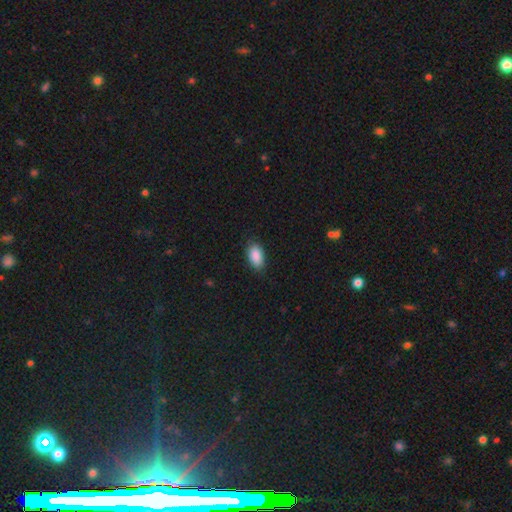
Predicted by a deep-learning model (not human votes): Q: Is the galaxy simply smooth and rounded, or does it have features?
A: smooth — 89%.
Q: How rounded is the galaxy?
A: in between — 93%.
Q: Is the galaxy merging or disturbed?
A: none — 84%.